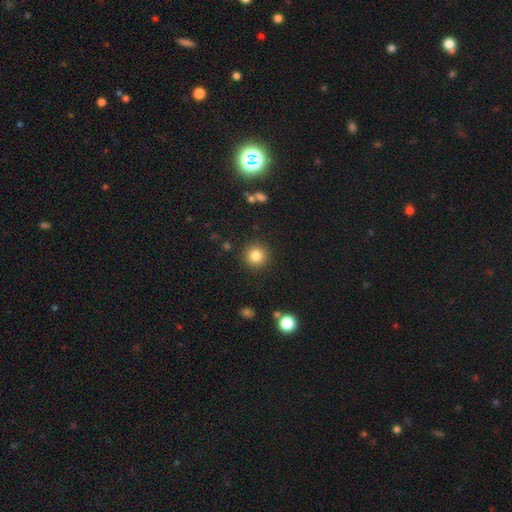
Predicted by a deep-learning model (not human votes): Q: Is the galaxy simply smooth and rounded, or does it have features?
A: smooth — 83%.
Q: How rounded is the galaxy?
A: round — 95%.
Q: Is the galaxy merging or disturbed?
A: none — 90%.